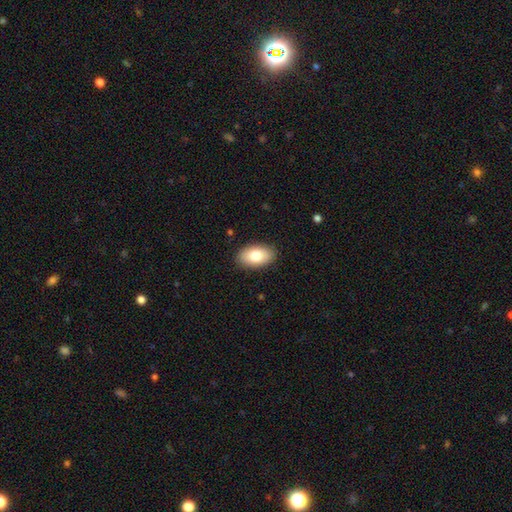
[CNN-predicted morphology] A smooth galaxy with no disk features (79%) that is in between round and cigar-shaped (93%).

Vote fractions:
- Smooth or featured? smooth: 79% / featured or disk: 14% / star or artifact: 7%
- How rounded? in between: 93% / round: 5% / cigar-shaped: 2%
- Merging? none: 88% / minor disturbance: 9% / major disturbance: 2% / merger: 1%